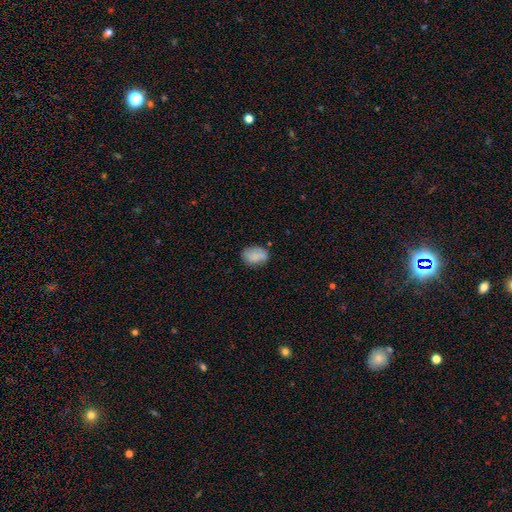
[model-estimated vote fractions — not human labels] Smooth or featured? Predicted: smooth (p=0.80). How rounded? Predicted: in between (p=0.77). Merging? Predicted: none (p=0.69).